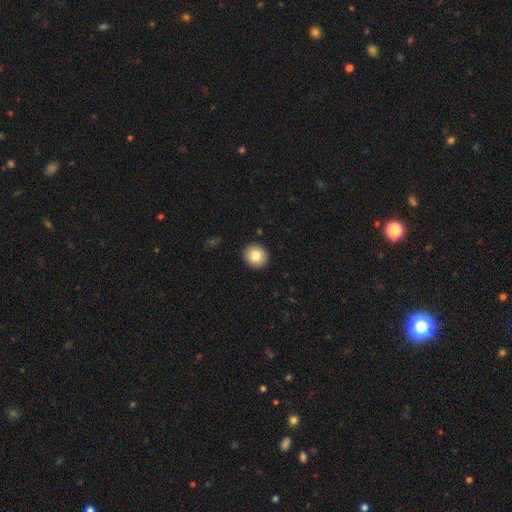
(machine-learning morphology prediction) This appears to be a smooth galaxy with no disk features (82%) that is round (86%). Merging: none (92%).